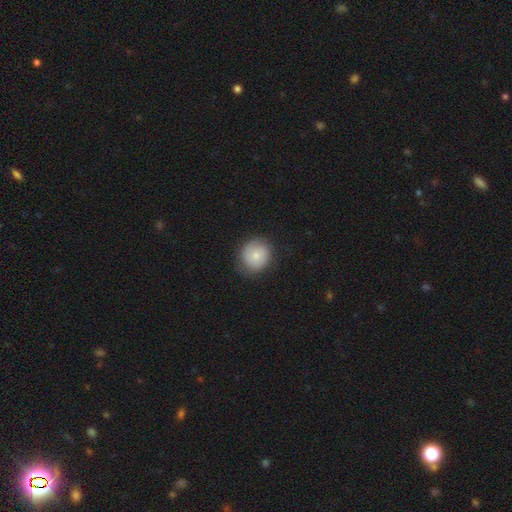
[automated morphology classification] Smooth or featured? smooth (73%)
How rounded? round (81%)
Merging? none (78%)